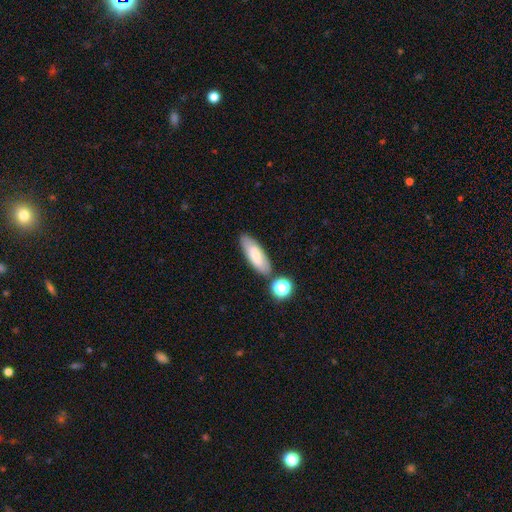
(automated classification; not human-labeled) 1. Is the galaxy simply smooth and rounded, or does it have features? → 70% smooth, 22% featured or disk, 8% star or artifact.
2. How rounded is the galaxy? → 62% in between, 35% cigar-shaped, 2% round.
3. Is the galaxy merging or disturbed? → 75% none, 13% minor disturbance, 9% merger, 3% major disturbance.